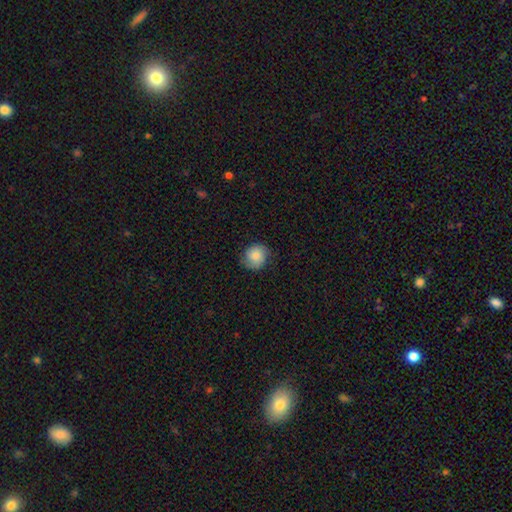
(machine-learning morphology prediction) Smooth or featured? smooth (78%)
How rounded? round (82%)
Merging? none (74%)